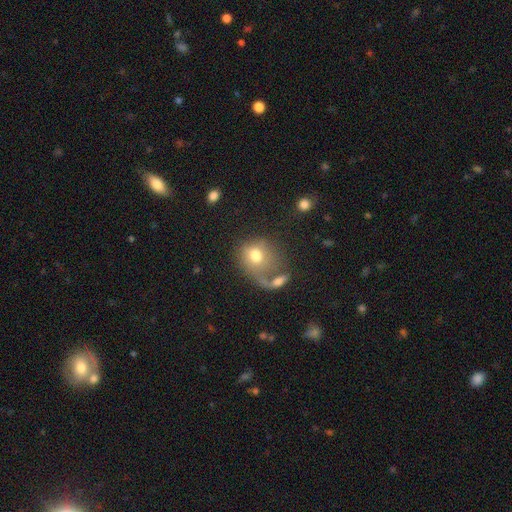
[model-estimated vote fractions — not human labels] smooth_or_featured: smooth (p=0.69) [alt: featured or disk p=0.21]
how_rounded: round (p=0.60) [alt: in between p=0.38]
merging: major disturbance (p=0.30) [alt: merger p=0.28]